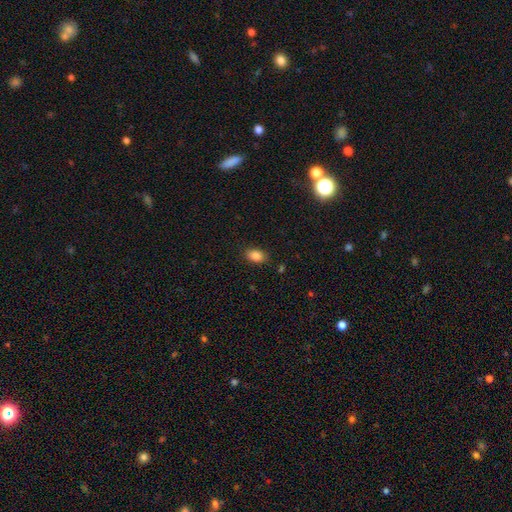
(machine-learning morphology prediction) This is clearly a smooth galaxy (86%). How rounded: clearly in between (86%). Merging: clearly none (86%).